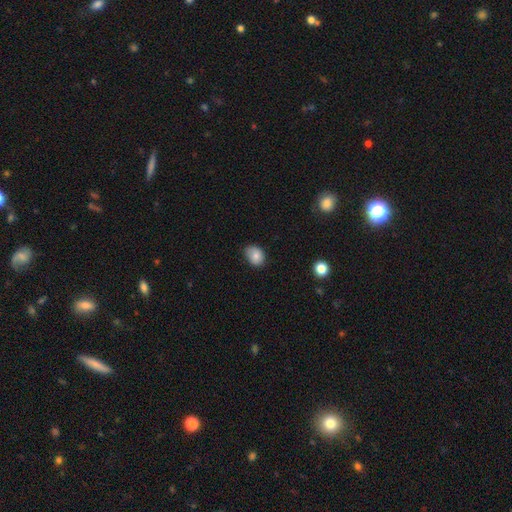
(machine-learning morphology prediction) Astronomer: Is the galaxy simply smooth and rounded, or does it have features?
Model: smooth — 82%.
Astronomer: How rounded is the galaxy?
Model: in between — 61% (runner-up: round, 38%).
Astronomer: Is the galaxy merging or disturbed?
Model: none — 63%.